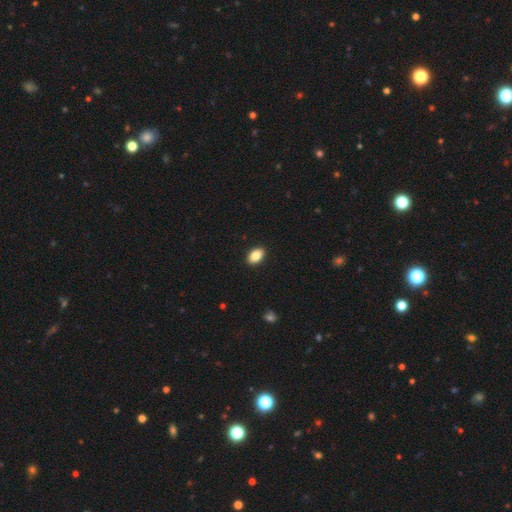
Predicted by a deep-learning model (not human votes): This appears to be a smooth galaxy with no disk features (85%) that is in between round and cigar-shaped (89%). Merging: none (91%).